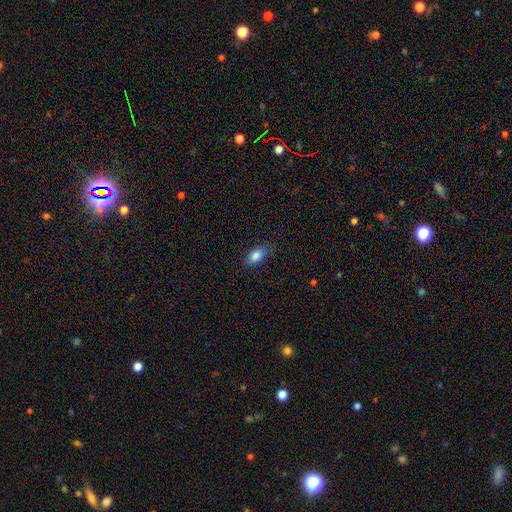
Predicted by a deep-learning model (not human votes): The model was most divided on "merging": none: 77%, minor disturbance: 18%, major disturbance: 4%, merger: 1%. More confident: how rounded — in between (87%); smooth or featured — smooth (84%).